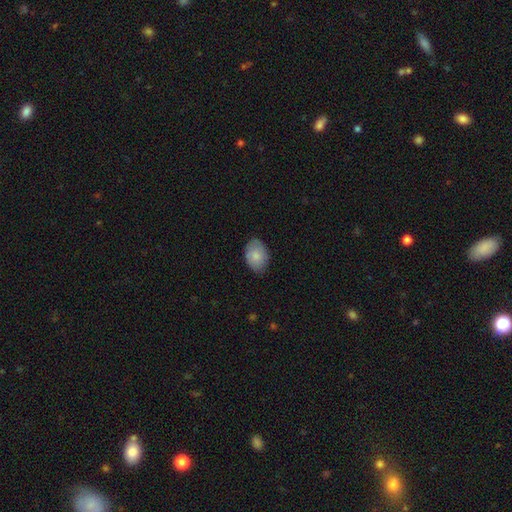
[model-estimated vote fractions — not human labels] Overall: smooth (80%). How rounded: in between (82%). Merging: none (79%).